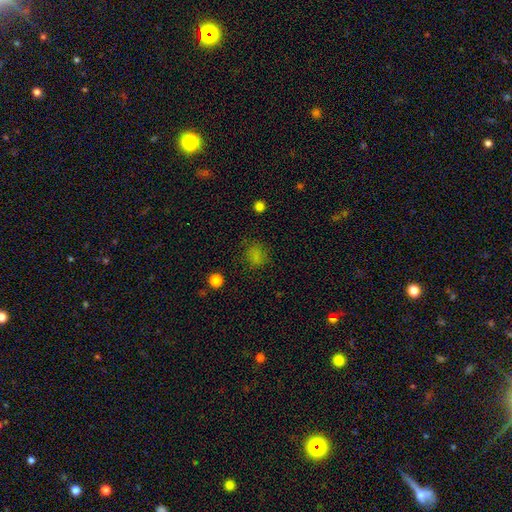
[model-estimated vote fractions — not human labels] This is likely a smooth galaxy (75%). How rounded: likely round (71%). Merging: likely none (79%).